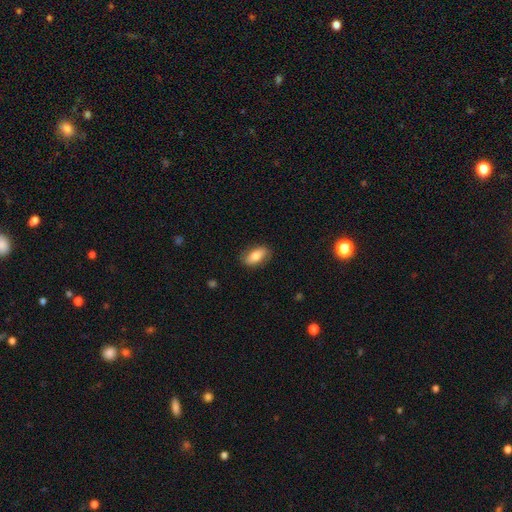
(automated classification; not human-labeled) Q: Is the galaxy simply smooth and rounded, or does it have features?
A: smooth — 74%.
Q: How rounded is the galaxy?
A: in between — 88%.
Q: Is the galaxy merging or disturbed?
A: none — 82%.